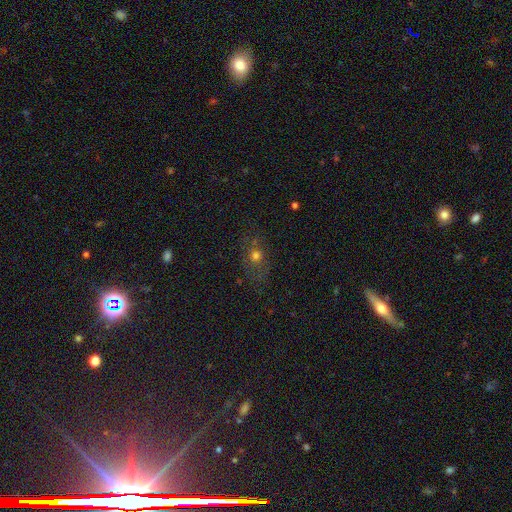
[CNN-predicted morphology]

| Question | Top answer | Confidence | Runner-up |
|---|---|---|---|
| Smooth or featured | smooth | 55% | star or artifact (22%) |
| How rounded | round | 62% | in between (35%) |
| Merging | none | 68% | minor disturbance (18%) |